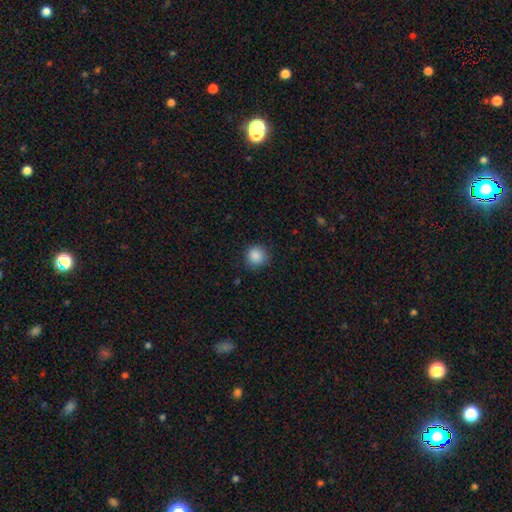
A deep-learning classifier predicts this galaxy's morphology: The model was most divided on "merging": none: 86%, minor disturbance: 11%, major disturbance: 3%, merger: 1%. More confident: how rounded — round (92%); smooth or featured — smooth (88%).